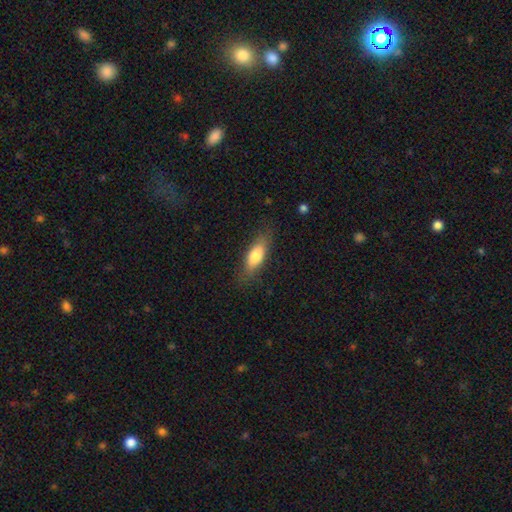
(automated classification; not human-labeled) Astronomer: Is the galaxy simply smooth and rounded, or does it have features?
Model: smooth — 76%.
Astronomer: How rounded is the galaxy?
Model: in between — 69%.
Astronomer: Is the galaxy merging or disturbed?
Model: none — 79%.